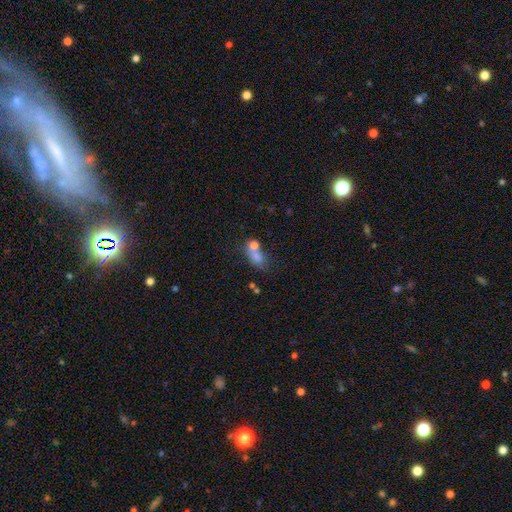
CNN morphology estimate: smooth_or_featured: smooth (p=0.70) [alt: featured or disk p=0.17]
how_rounded: in between (p=0.60) [alt: round p=0.36]
merging: merger (p=0.52) [alt: none p=0.26]